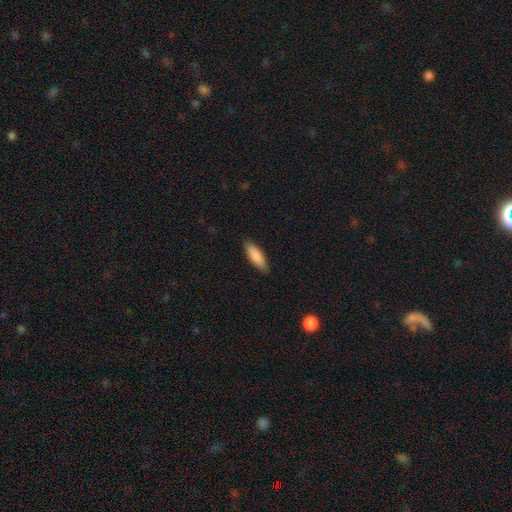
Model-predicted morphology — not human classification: Smooth or featured? smooth (88%)
How rounded? in between (51%)
Merging? none (87%)